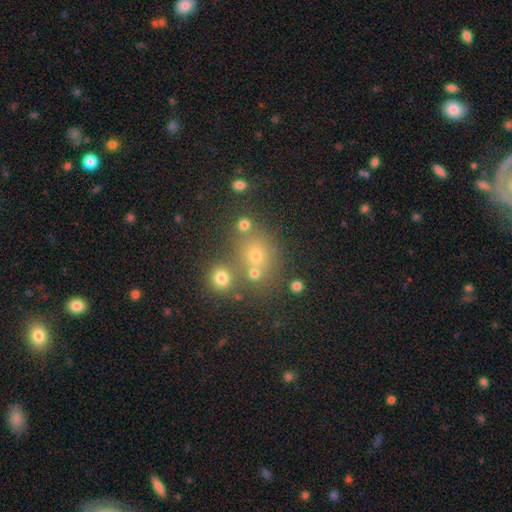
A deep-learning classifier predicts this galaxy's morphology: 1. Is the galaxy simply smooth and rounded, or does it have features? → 60% smooth, 27% star or artifact, 14% featured or disk.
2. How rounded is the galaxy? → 73% round, 26% in between, 1% cigar-shaped.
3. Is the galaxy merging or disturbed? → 61% none, 24% merger, 10% minor disturbance, 5% major disturbance.